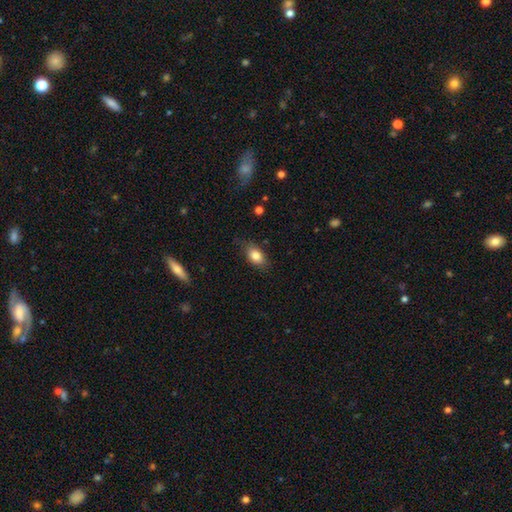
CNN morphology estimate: type=smooth (83%); roundness=in between (85%); merging=none (76%).